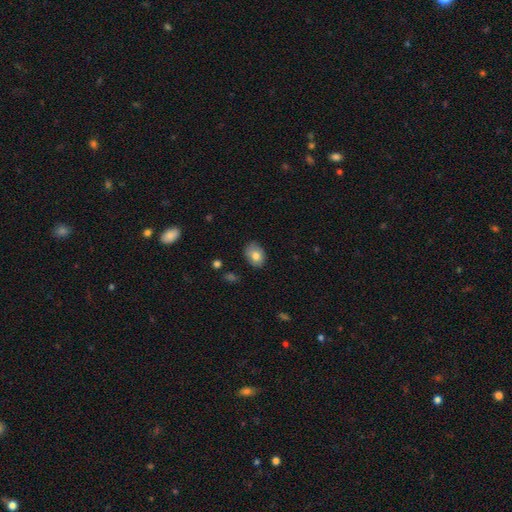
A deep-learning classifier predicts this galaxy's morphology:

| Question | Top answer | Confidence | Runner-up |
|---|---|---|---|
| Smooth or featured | smooth | 80% | featured or disk (12%) |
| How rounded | in between | 72% | round (27%) |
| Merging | none | 79% | minor disturbance (17%) |